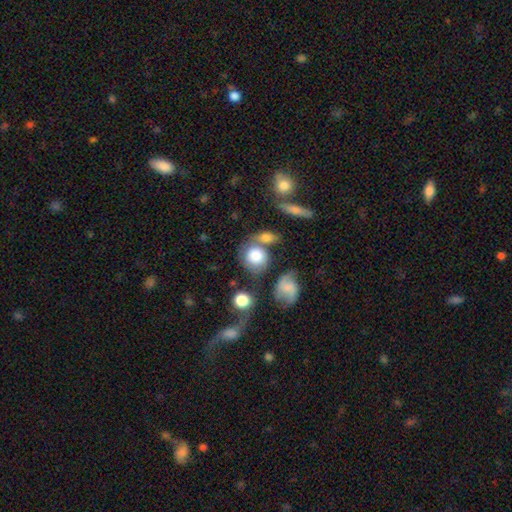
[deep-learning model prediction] Overall: smooth (73%). How rounded: round (77%). Merging: none (43%; merger 28%).